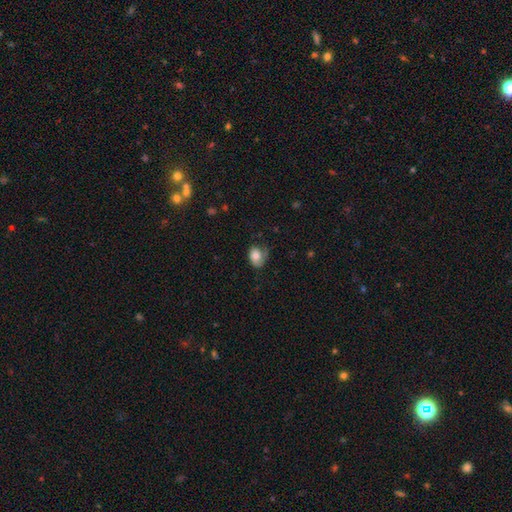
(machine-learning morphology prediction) This is likely a smooth galaxy (72%). How rounded: likely in between (69%). Merging: possibly none (45%).